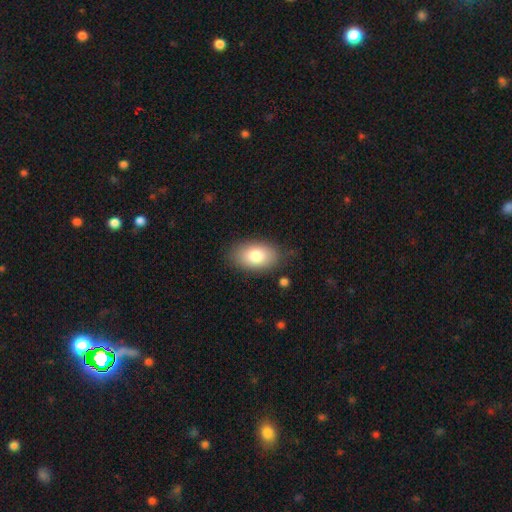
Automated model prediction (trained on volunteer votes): smooth_or_featured: smooth (p=0.81) [alt: featured or disk p=0.12]
how_rounded: in between (p=0.91) [alt: round p=0.07]
merging: none (p=0.80) [alt: minor disturbance p=0.14]